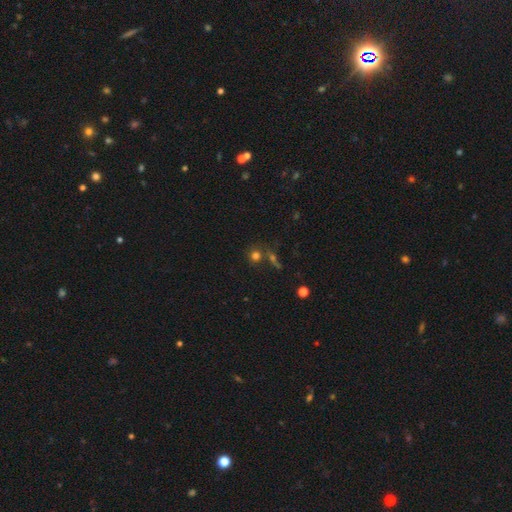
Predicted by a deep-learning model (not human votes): Smooth or featured: smooth — 71% (star or artifact — 20%)
How rounded: round — 89% (in between — 10%)
Merging: none — 66% (merger — 19%)